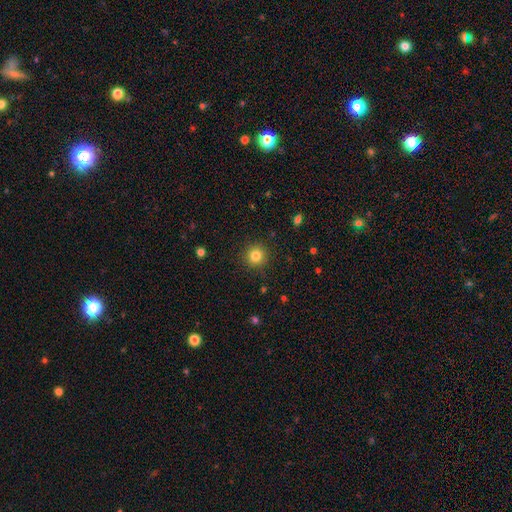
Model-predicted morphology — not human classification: smooth_or_featured: smooth (p=0.82) [alt: star or artifact p=0.12]
how_rounded: round (p=0.94) [alt: in between p=0.05]
merging: none (p=0.91) [alt: minor disturbance p=0.06]